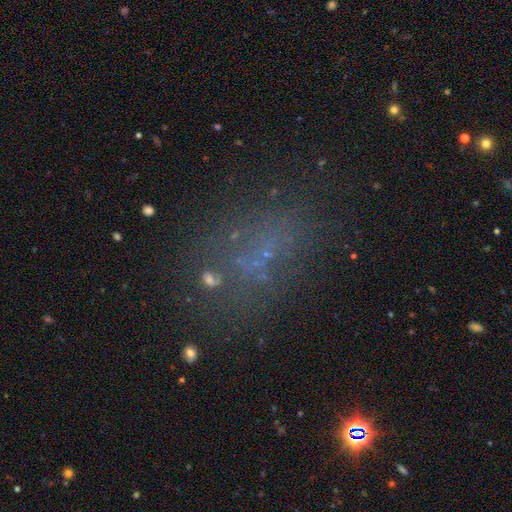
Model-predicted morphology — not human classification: smooth-or-featured: smooth: 45% | star or artifact: 33% | featured or disk: 22%
  merging: none: 63% | minor disturbance: 16% | major disturbance: 14% | merger: 7%